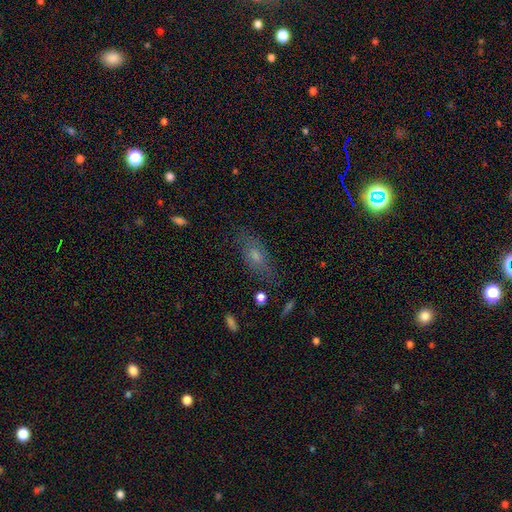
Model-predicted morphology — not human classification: Smooth or featured? Predicted: smooth (p=0.52). How rounded? Predicted: in between (p=0.72). Merging? Predicted: none (p=0.74).